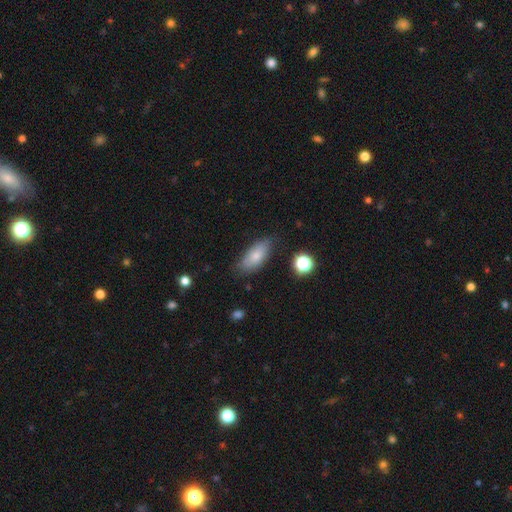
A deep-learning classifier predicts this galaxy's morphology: A smooth galaxy with no disk features (76%) that is in between round and cigar-shaped (85%).

Vote fractions:
- Smooth or featured? smooth: 76% / featured or disk: 16% / star or artifact: 8%
- How rounded? in between: 85% / cigar-shaped: 12% / round: 3%
- Merging? none: 72% / minor disturbance: 21% / major disturbance: 5% / merger: 2%